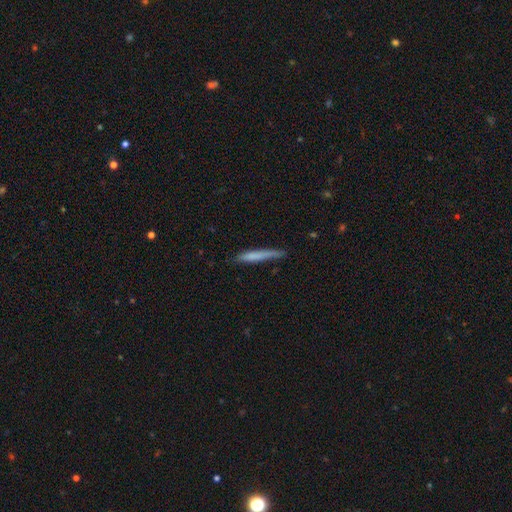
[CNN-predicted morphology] A smooth galaxy with no disk features (70%) that is cigar-shaped (95%). Merging: none (77%).